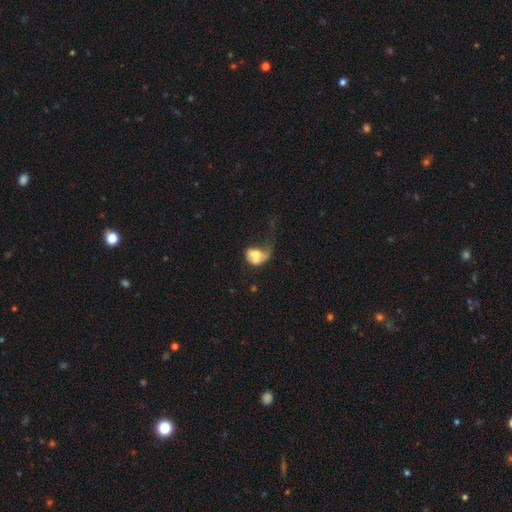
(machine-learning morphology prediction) Overall: smooth (57%; featured or disk 34%). How rounded: in between (63%; round 35%). Merging: major disturbance (51%; minor disturbance 18%).